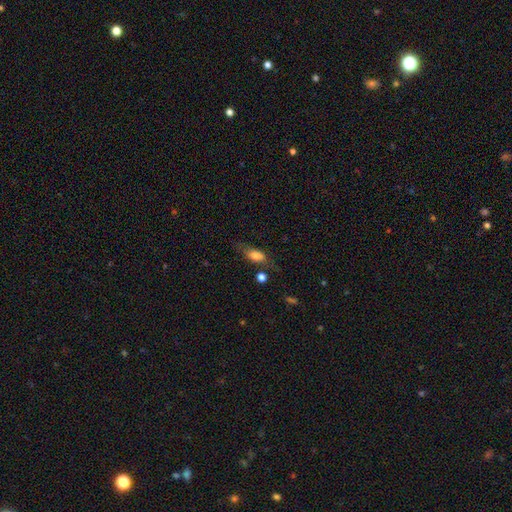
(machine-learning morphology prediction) Smooth or featured: smooth — 70% (featured or disk — 21%)
How rounded: in between — 78% (cigar-shaped — 16%)
Merging: none — 56% (minor disturbance — 24%)